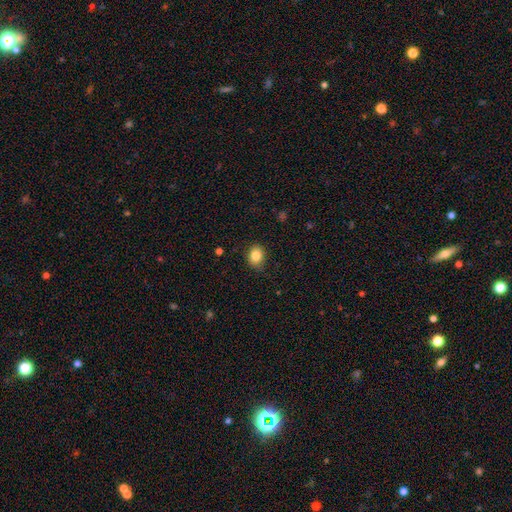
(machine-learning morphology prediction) This is clearly a smooth galaxy (84%). How rounded: possibly in between (51%). Merging: clearly none (82%).